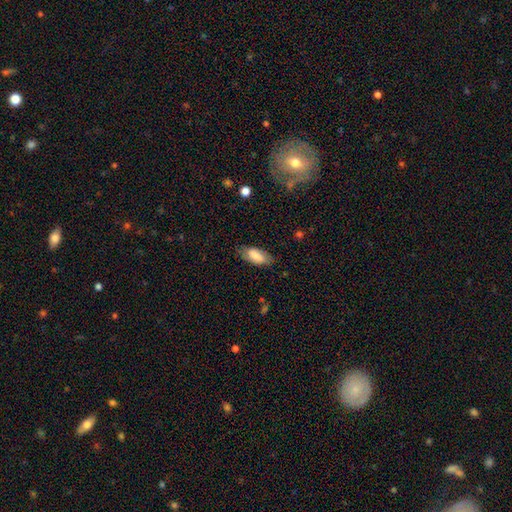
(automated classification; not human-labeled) This is likely a smooth galaxy (78%). How rounded: clearly in between (85%). Merging: likely none (74%).